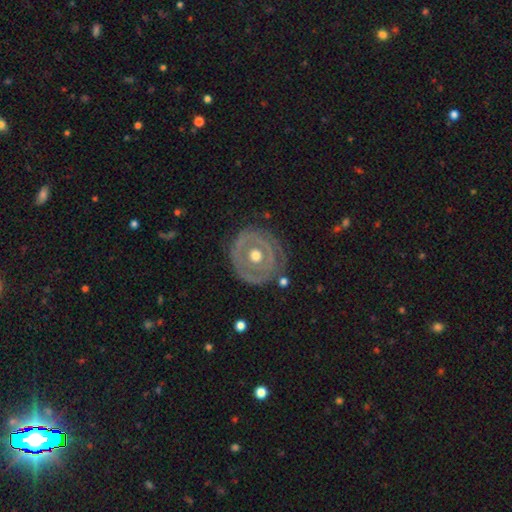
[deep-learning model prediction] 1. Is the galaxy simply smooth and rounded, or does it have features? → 70% featured or disk, 25% smooth, 5% star or artifact.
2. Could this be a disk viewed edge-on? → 96% no, 4% yes.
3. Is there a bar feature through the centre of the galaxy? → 83% no, 12% weak, 4% strong.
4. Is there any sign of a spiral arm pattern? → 65% no, 35% yes.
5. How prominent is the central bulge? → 78% moderate, 11% large, 9% small, 1% dominant, 1% none.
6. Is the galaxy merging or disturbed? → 73% none, 18% minor disturbance, 7% major disturbance, 2% merger.